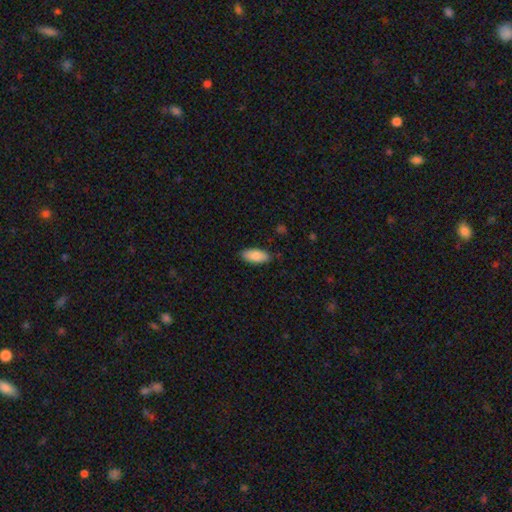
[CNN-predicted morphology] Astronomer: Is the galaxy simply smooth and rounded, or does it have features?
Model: smooth — 86%.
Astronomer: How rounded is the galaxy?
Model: in between — 88%.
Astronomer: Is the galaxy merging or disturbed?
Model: none — 86%.